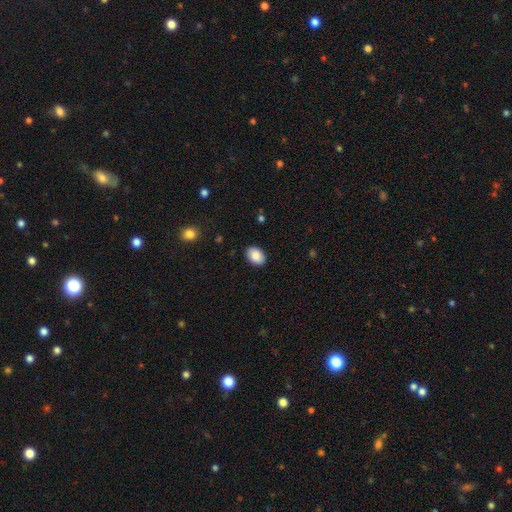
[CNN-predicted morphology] Smooth or featured?
  - smooth: 88% *
  - star or artifact: 7%
  - featured or disk: 5%
How rounded?
  - in between: 80% *
  - round: 19%
  - cigar-shaped: 1%
Merging?
  - none: 89% *
  - minor disturbance: 8%
  - major disturbance: 2%
  - merger: 1%